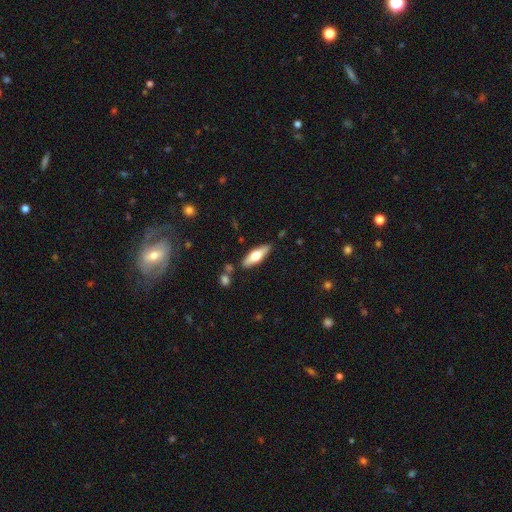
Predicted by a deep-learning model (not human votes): Smooth or featured: smooth — 55% (featured or disk — 40%)
How rounded: in between — 51% (cigar-shaped — 47%)
Merging: none — 84% (minor disturbance — 11%)